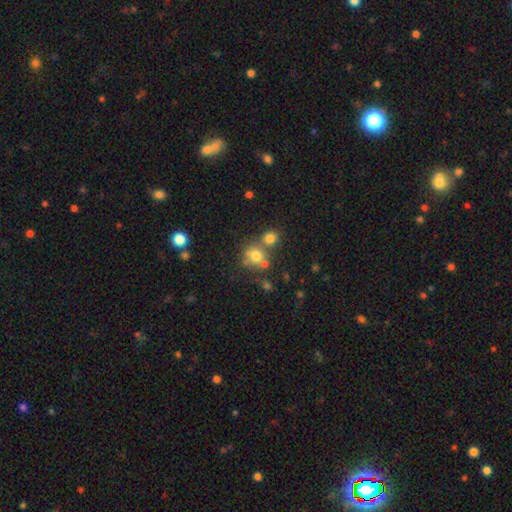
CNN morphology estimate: A smooth galaxy with no disk features (69%) that is round (81%).

Vote fractions:
- Smooth or featured? smooth: 69% / star or artifact: 17% / featured or disk: 15%
- How rounded? round: 81% / in between: 17% / cigar-shaped: 1%
- Merging? none: 50% / merger: 35% / minor disturbance: 10% / major disturbance: 5%